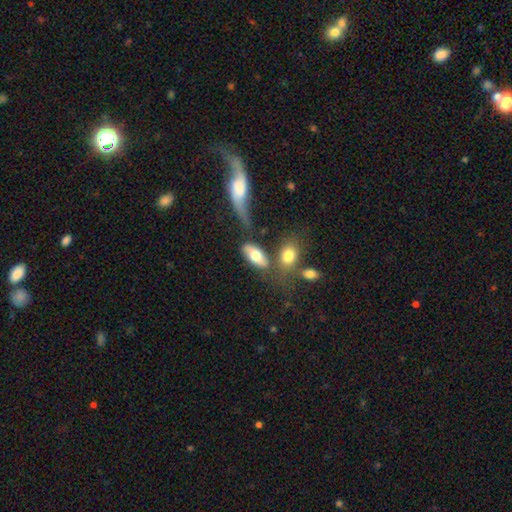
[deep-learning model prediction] smooth_or_featured: smooth (p=0.69) [alt: featured or disk p=0.24]
how_rounded: in between (p=0.87) [alt: cigar-shaped p=0.08]
merging: none (p=0.58) [alt: merger p=0.17]